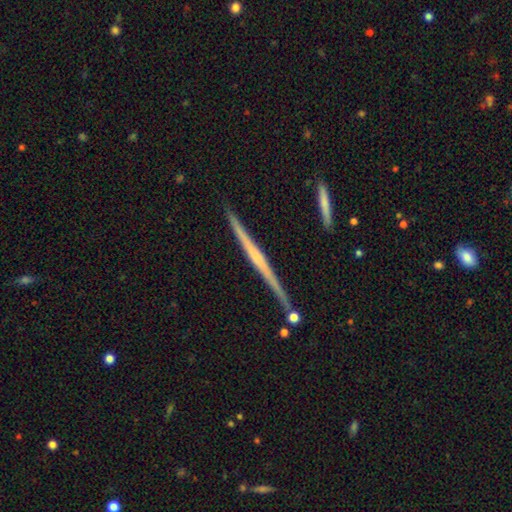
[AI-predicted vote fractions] This is likely a featured or disk galaxy (76%). It is clearly viewed edge-on (98%). Edge-on bulge: possibly none (53%). Merging: clearly none (87%).